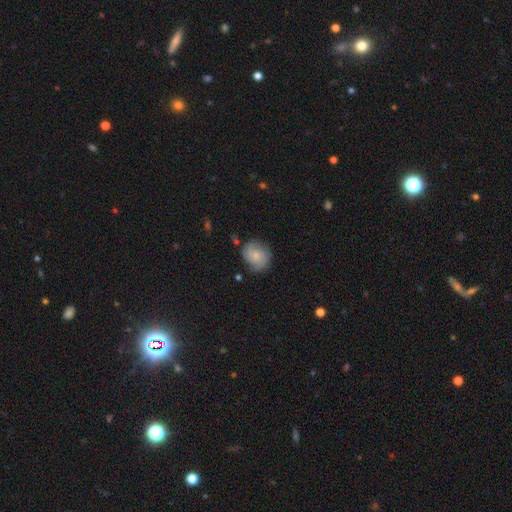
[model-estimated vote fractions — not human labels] Smooth or featured? Predicted: smooth (p=0.67). How rounded? Predicted: round (p=0.74). Merging? Predicted: none (p=0.69).